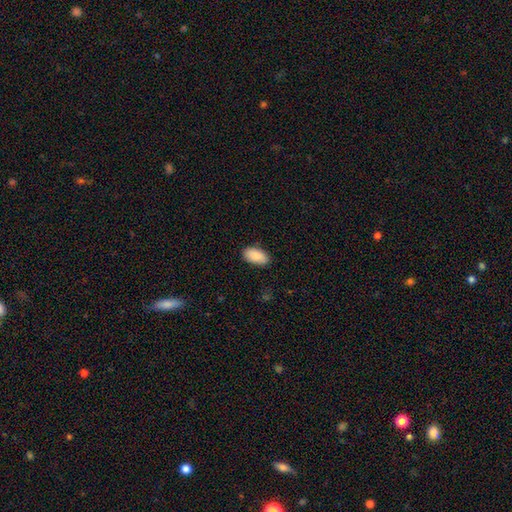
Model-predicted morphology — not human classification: Smooth or featured? Predicted: smooth (p=0.90). How rounded? Predicted: in between (p=0.94). Merging? Predicted: none (p=0.86).